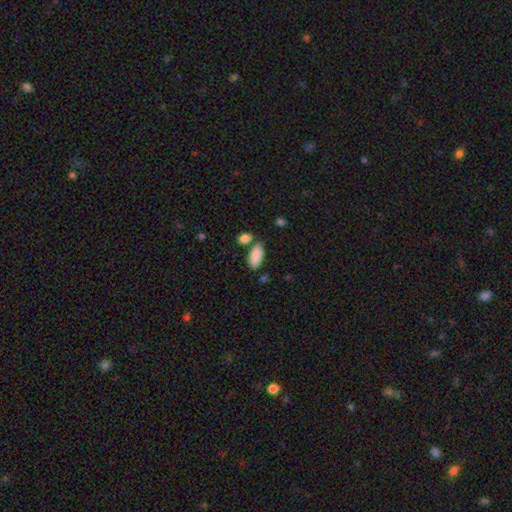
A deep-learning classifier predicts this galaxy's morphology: Smooth or featured: smooth — 89% (star or artifact — 6%)
How rounded: in between — 92% (cigar-shaped — 6%)
Merging: none — 68% (merger — 15%)